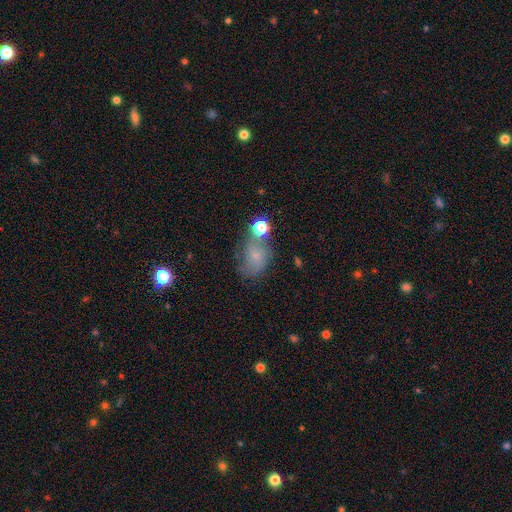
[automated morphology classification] Q: Smooth or featured?
A: smooth (51%); runner-up: featured or disk (34%)
Q: How rounded?
A: in between (62%); runner-up: round (36%)
Q: Merging?
A: none (45%); runner-up: minor disturbance (24%)